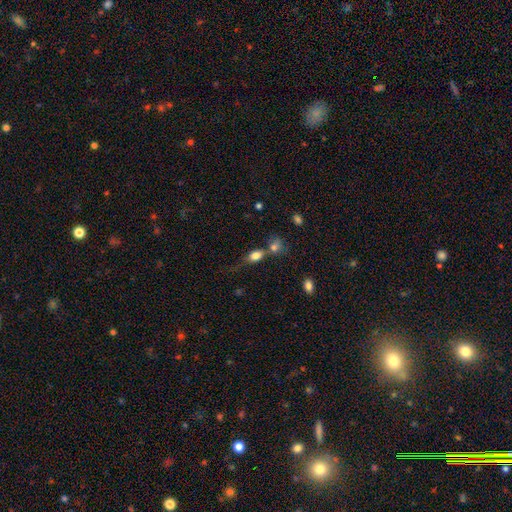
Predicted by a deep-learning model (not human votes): This is likely a smooth galaxy (78%). How rounded: likely in between (73%). Merging: marginally none (37%).